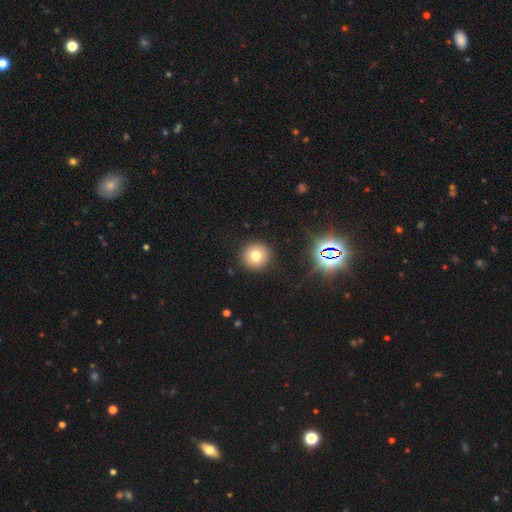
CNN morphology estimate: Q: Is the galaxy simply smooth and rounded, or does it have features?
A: smooth — 73%.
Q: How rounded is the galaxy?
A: round — 95%.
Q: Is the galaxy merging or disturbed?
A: none — 91%.